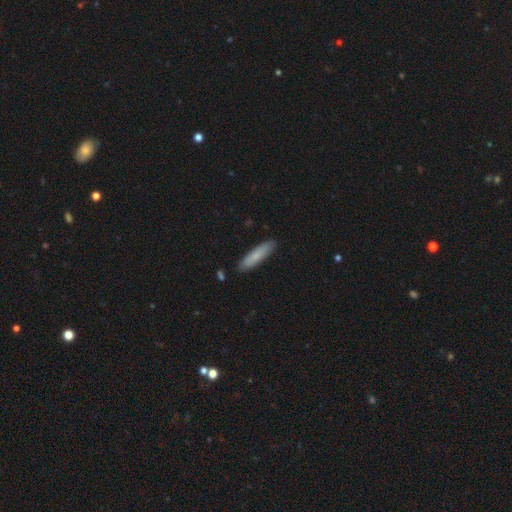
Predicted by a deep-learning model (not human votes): Smooth or featured? smooth (76%)
How rounded? cigar-shaped (79%)
Merging? none (87%)